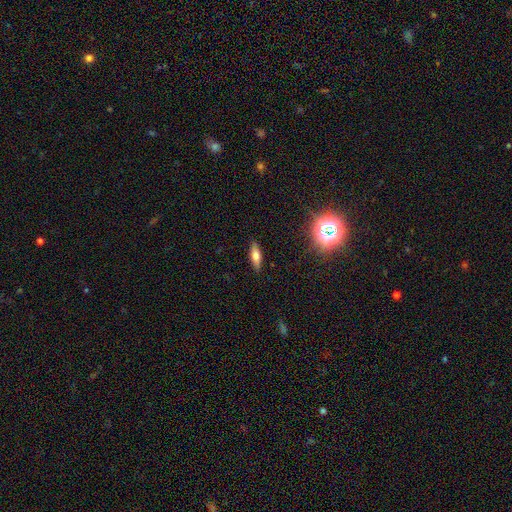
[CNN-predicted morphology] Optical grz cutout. It shows a smooth galaxy with no disk features (59%) that is in between round and cigar-shaped (54%). Merging: none (88%).